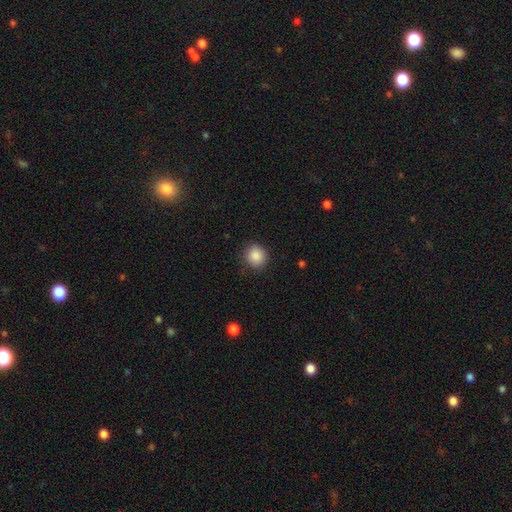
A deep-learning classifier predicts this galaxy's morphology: This appears to be a smooth galaxy with no disk features (88%) that is round (88%). Merging: none (87%).